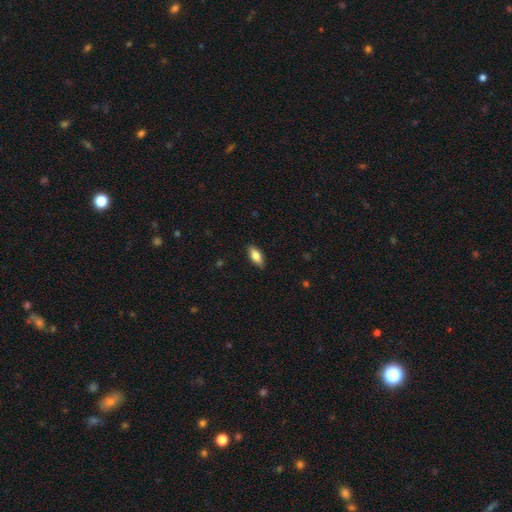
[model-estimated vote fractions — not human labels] A smooth galaxy with no disk features (78%) that is in between round and cigar-shaped (85%). Merging: none (87%).